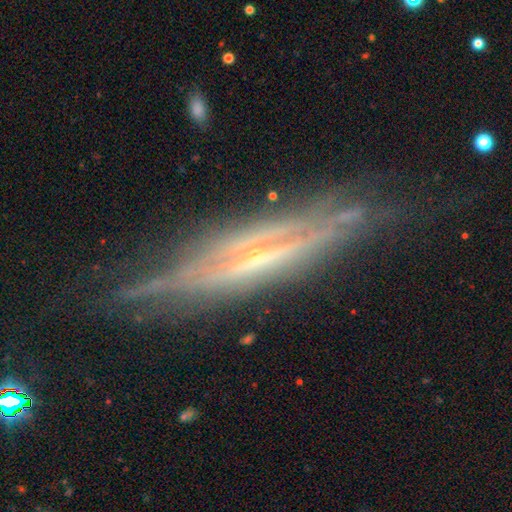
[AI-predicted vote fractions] Smooth or featured?
  - featured or disk: 82% *
  - smooth: 10%
  - star or artifact: 7%
Edge-on disk?
  - yes: 91% *
  - no: 9%
Edge-on bulge?
  - rounded: 46% *
  - none: 40%
  - boxy: 14%
Merging?
  - none: 74% *
  - minor disturbance: 18%
  - major disturbance: 6%
  - merger: 2%